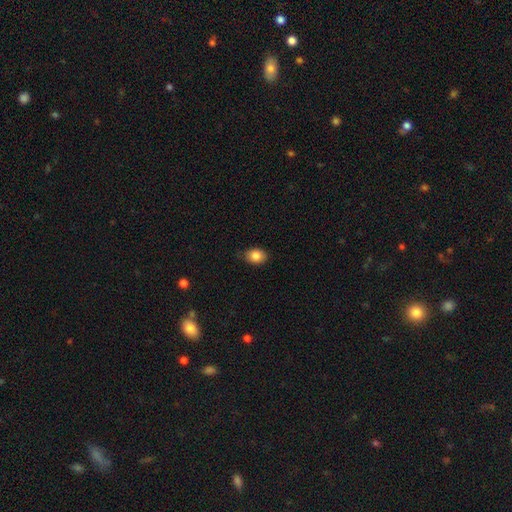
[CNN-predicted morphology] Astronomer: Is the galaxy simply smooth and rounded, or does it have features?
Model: smooth — 85%.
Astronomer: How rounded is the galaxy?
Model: in between — 68%.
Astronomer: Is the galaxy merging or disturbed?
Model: none — 80%.